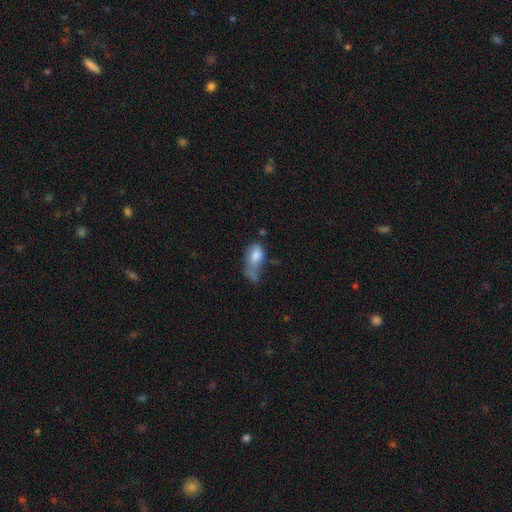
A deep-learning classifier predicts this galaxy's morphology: The model was most divided on "merging": major disturbance: 41%, minor disturbance: 25%, merger: 18%, none: 16%. More confident: how rounded — in between (85%); smooth or featured — smooth (72%).